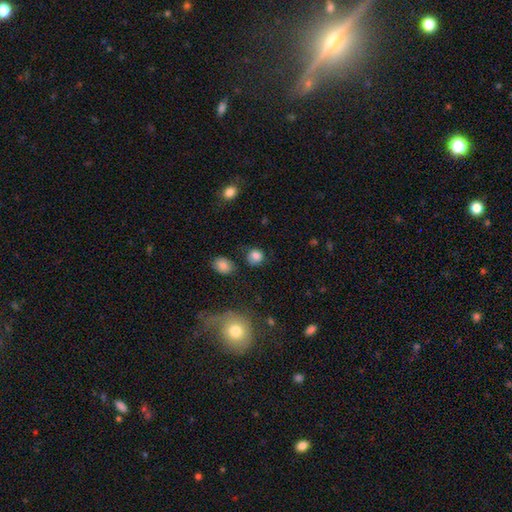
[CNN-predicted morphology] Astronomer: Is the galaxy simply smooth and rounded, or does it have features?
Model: smooth — 82%.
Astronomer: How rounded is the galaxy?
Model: round — 76%.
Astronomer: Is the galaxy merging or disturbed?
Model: none — 68%.